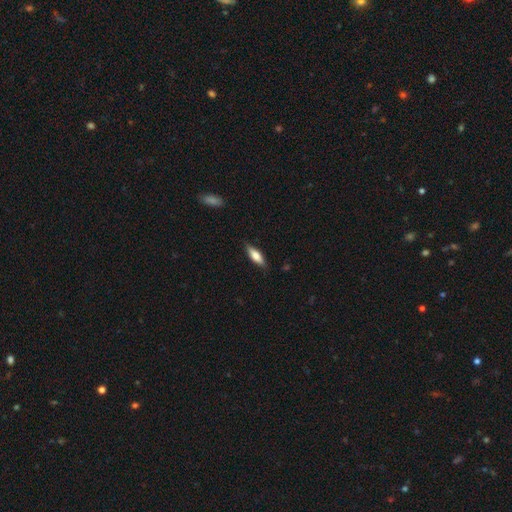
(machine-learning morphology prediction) Smooth or featured? Predicted: smooth (p=0.71). How rounded? Predicted: in between (p=0.55). Merging? Predicted: none (p=0.84).